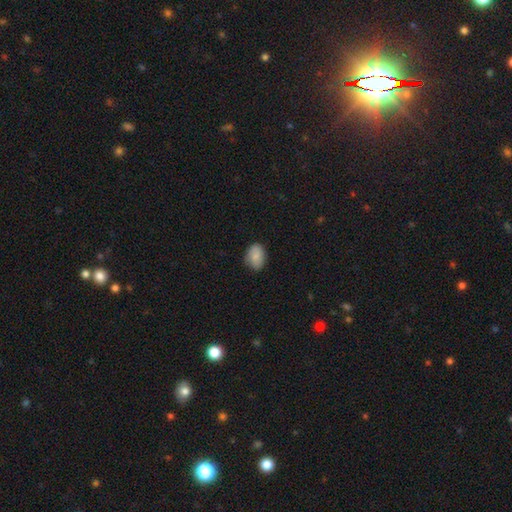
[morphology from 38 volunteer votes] Overall: smooth (87%). How rounded: in between (79%). Merging: none (86%).